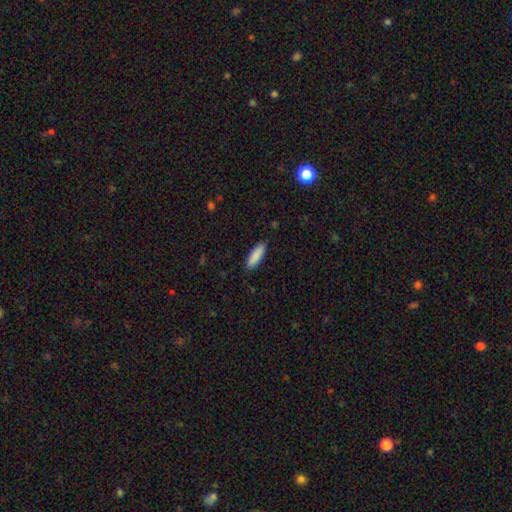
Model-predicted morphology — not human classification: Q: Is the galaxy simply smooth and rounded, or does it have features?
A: smooth — 89%.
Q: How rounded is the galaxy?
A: in between — 54%.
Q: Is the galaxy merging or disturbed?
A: none — 89%.